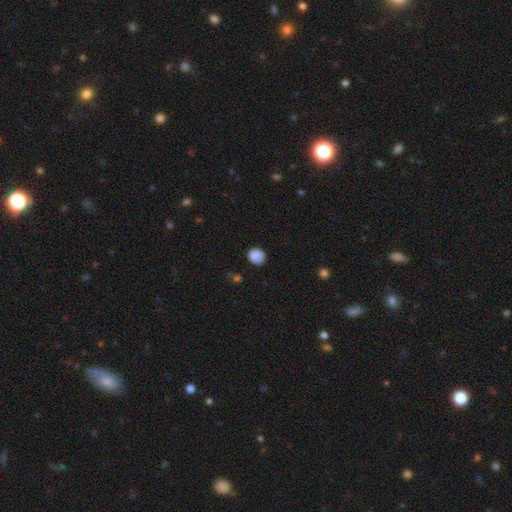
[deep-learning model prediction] Smooth or featured? Predicted: smooth (p=0.88). How rounded? Predicted: round (p=0.79). Merging? Predicted: none (p=0.84).